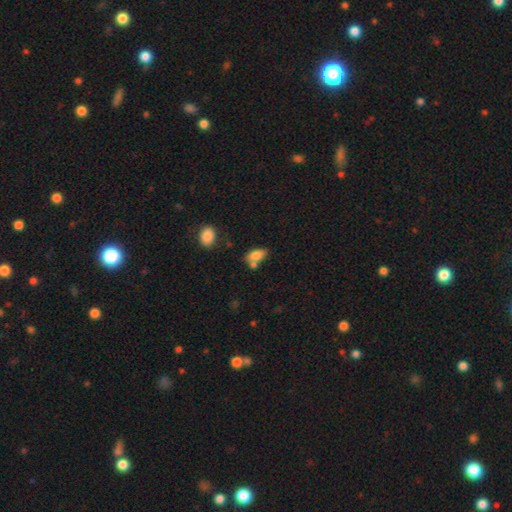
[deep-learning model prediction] The model was most divided on "merging": none: 54%, merger: 26%, minor disturbance: 16%, major disturbance: 5%. More confident: how rounded — in between (89%); smooth or featured — smooth (80%).